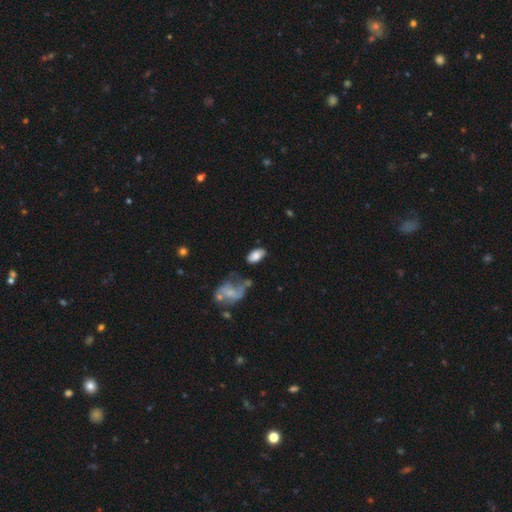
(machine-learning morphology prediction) Q: Smooth or featured?
A: smooth (81%); runner-up: featured or disk (12%)
Q: How rounded?
A: in between (94%); runner-up: round (4%)
Q: Merging?
A: none (68%); runner-up: minor disturbance (19%)